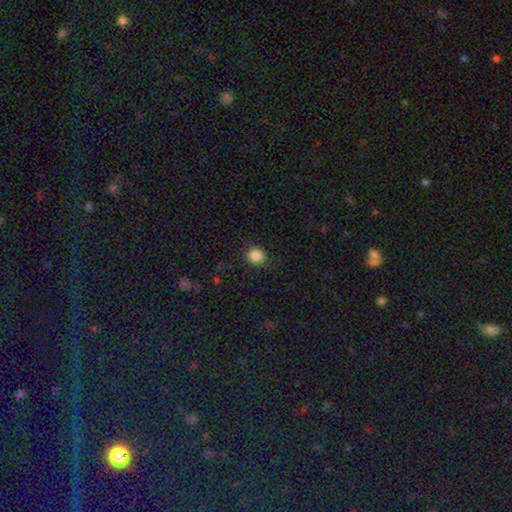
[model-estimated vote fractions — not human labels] Smooth or featured?
  - smooth: 86% *
  - star or artifact: 10%
  - featured or disk: 4%
How rounded?
  - round: 86% *
  - in between: 13%
  - cigar-shaped: 1%
Merging?
  - none: 85% *
  - minor disturbance: 11%
  - major disturbance: 3%
  - merger: 1%